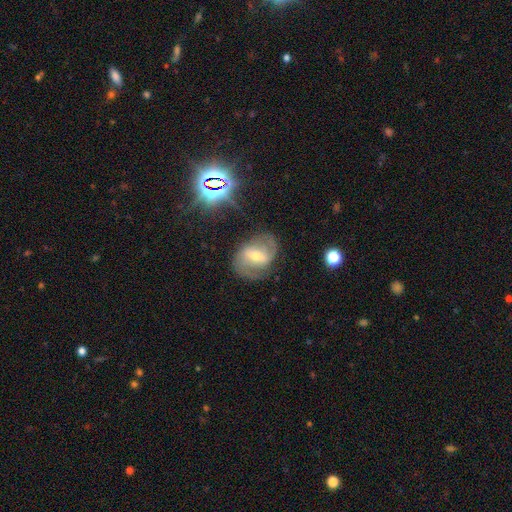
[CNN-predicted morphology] smooth_or_featured: featured or disk (p=0.78) [alt: smooth p=0.13]
disk_edge_on: no (p=0.96) [alt: yes p=0.04]
bar: weak (p=0.45) [alt: strong p=0.38]
has_spiral_arms: yes (p=0.91) [alt: no p=0.09]
spiral_winding: medium (p=0.51) [alt: tight p=0.25]
spiral_arm_count: 2 (p=0.85) [alt: can't tell p=0.08]
bulge_size: moderate (p=0.50) [alt: small p=0.45]
merging: none (p=0.75) [alt: minor disturbance p=0.16]